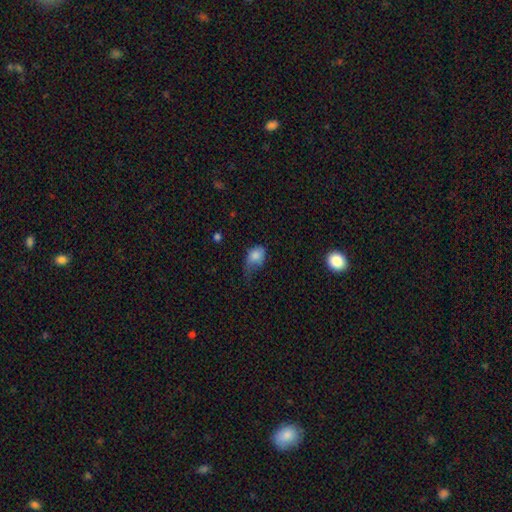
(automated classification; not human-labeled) Q: Smooth or featured?
A: smooth (80%); runner-up: featured or disk (11%)
Q: How rounded?
A: in between (72%); runner-up: round (26%)
Q: Merging?
A: minor disturbance (39%); runner-up: major disturbance (35%)